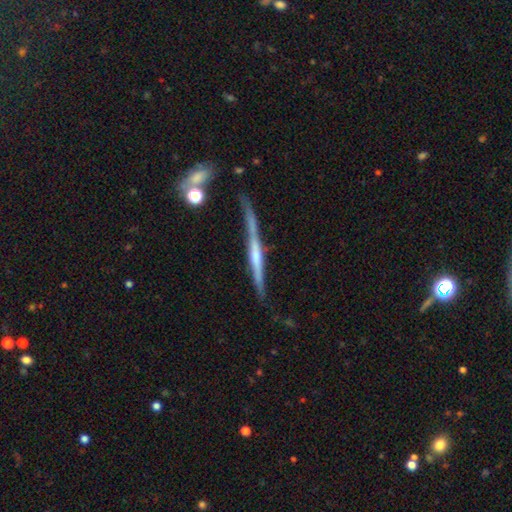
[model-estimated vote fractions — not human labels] This appears to be a featured or disk galaxy (71%) viewed edge-on (97%) with a rounded central bulge (55%). Merging: none (77%).